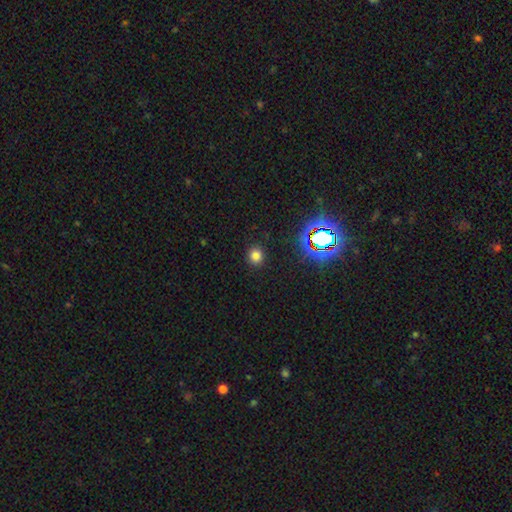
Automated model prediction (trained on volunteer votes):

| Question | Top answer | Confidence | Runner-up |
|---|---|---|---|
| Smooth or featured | smooth | 76% | star or artifact (19%) |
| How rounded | round | 84% | in between (15%) |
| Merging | none | 90% | minor disturbance (7%) |